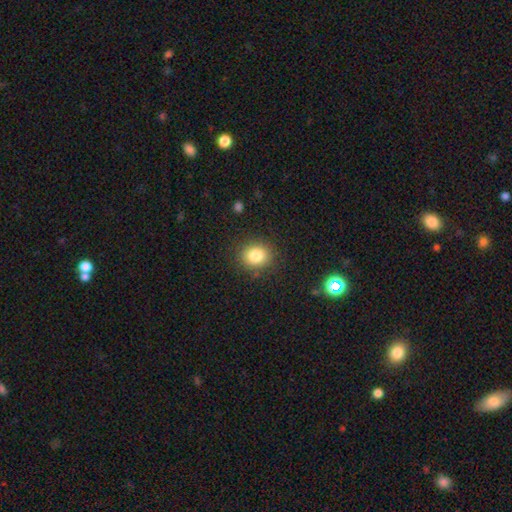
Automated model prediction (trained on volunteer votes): Morphology: type=smooth (82%); roundness=round (73%); merging=none (87%).